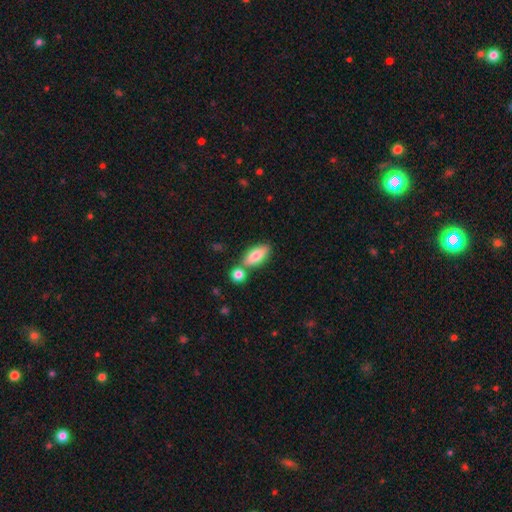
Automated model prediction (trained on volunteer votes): Morphology: type=smooth (76%); roundness=in between (77%); merging=none (67%).